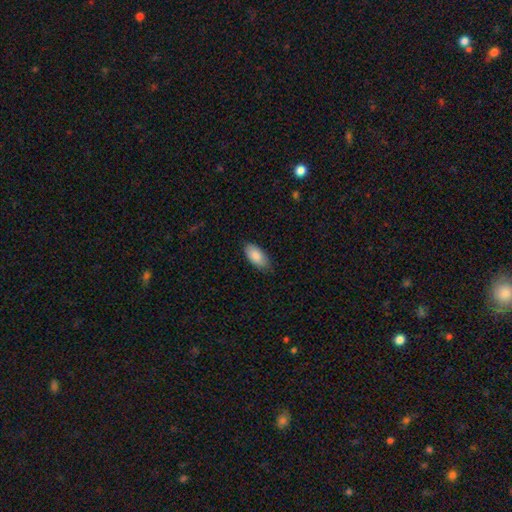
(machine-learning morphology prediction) smooth_or_featured: smooth (p=0.87) [alt: featured or disk p=0.07]
how_rounded: in between (p=0.93) [alt: cigar-shaped p=0.05]
merging: none (p=0.81) [alt: minor disturbance p=0.16]